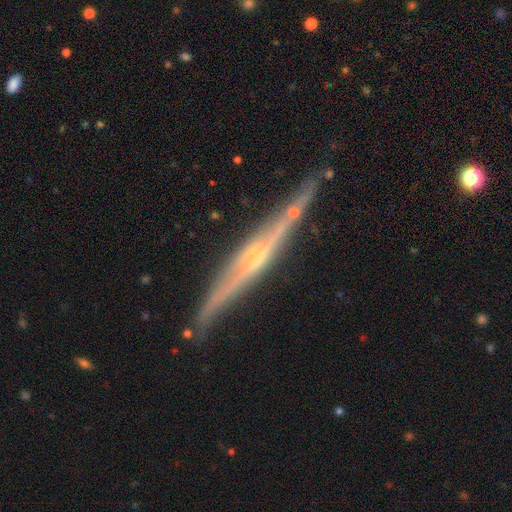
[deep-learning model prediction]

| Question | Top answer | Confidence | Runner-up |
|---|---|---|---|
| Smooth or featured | featured or disk | 83% | smooth (11%) |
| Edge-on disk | yes | 97% | no (3%) |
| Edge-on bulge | rounded | 57% | none (25%) |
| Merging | none | 82% | minor disturbance (13%) |